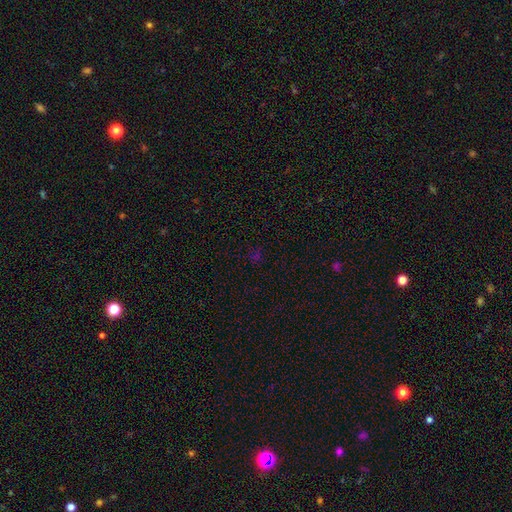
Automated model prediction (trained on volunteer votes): smooth_or_featured: star or artifact (p=0.60) [alt: smooth p=0.33]